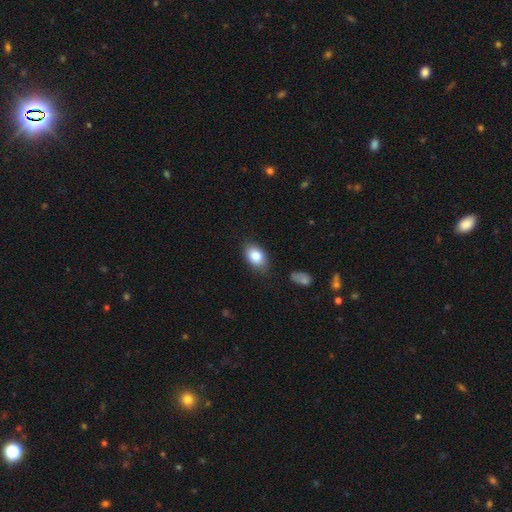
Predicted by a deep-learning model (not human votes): Overall: smooth (83%). How rounded: in between (85%). Merging: none (79%).